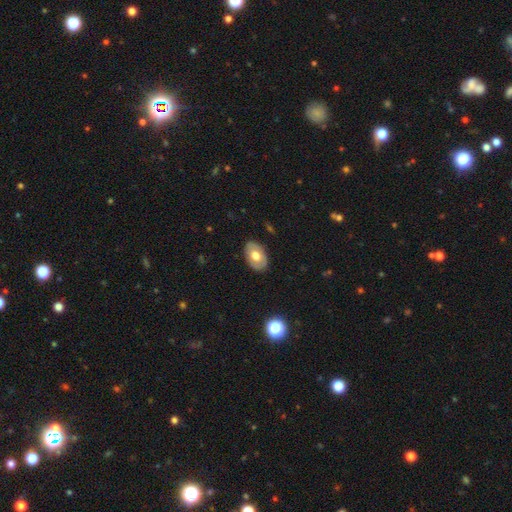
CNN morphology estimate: Smooth or featured: smooth — 58% (featured or disk — 36%)
How rounded: in between — 88% (round — 11%)
Merging: none — 84% (minor disturbance — 12%)